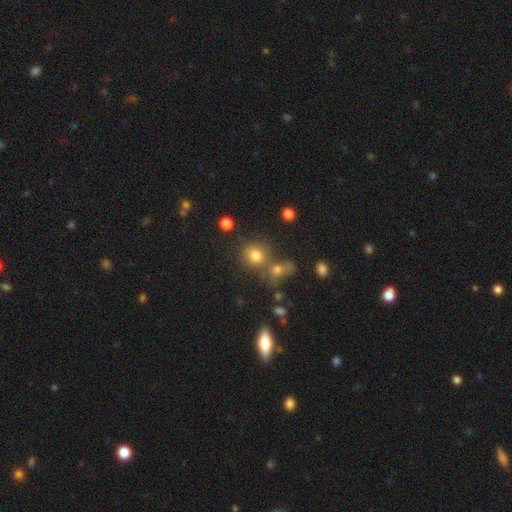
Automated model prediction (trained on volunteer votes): Morphology: type=smooth (77%); roundness=round (83%); merging=none (57%).